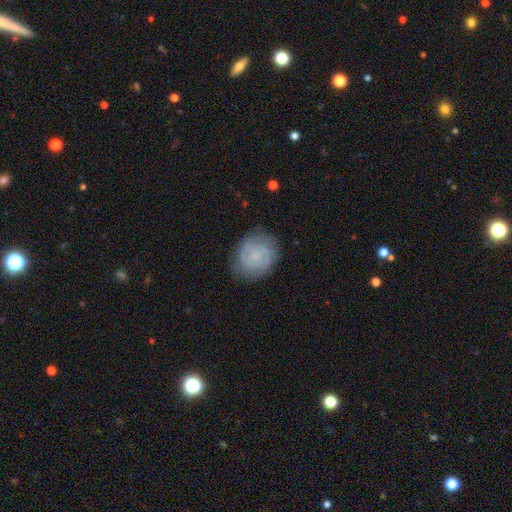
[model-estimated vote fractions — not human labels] This is possibly a featured or disk galaxy (47%). Merging: likely none (76%).